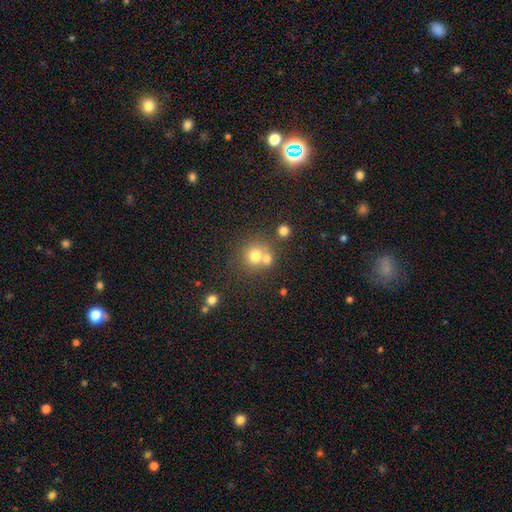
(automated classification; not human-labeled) Overall: smooth (73%). How rounded: round (87%). Merging: none (50%; merger 38%).